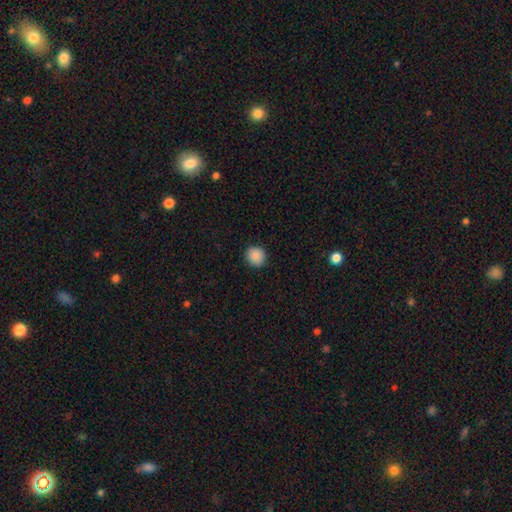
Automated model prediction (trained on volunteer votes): Morphology: type=smooth (88%); roundness=round (92%); merging=none (91%).